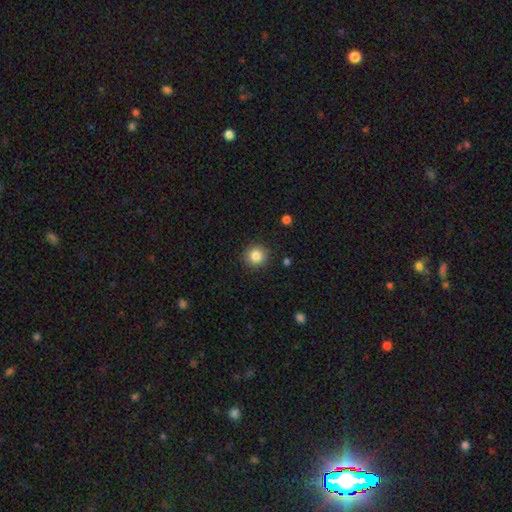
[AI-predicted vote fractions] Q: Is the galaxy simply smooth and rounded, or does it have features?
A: smooth — 85%.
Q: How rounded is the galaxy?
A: round — 94%.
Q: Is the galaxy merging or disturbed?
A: none — 90%.